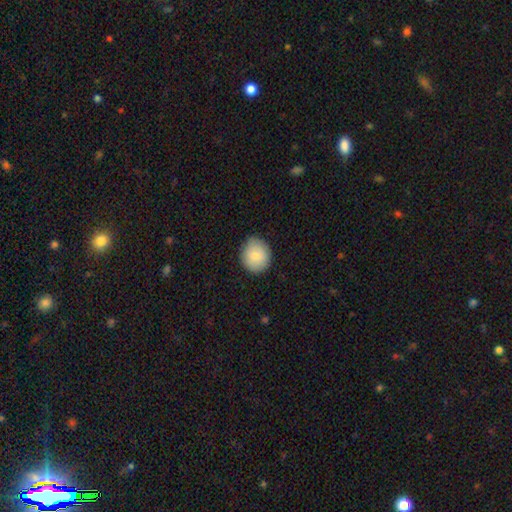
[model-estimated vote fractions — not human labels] Smooth or featured: smooth — 82% (featured or disk — 10%)
How rounded: round — 79% (in between — 20%)
Merging: none — 83% (minor disturbance — 13%)